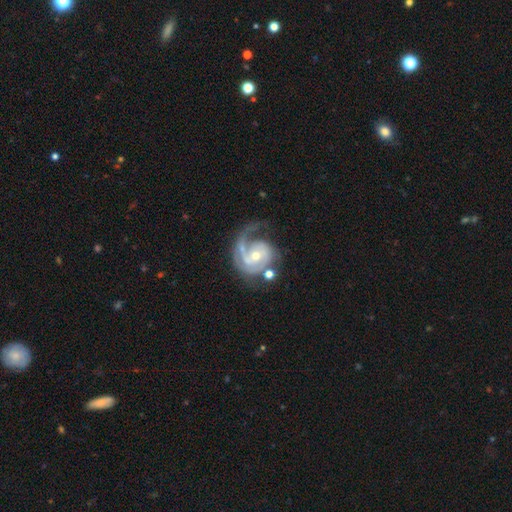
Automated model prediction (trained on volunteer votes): Smooth or featured? featured or disk (89%)
Edge-on disk? no (98%)
Bar? no (59%)
Spiral arms? yes (96%)
Spiral winding? tight (45%)
Spiral arm count? 2 (41%)
Bulge size? small (52%)
Merging? none (47%)